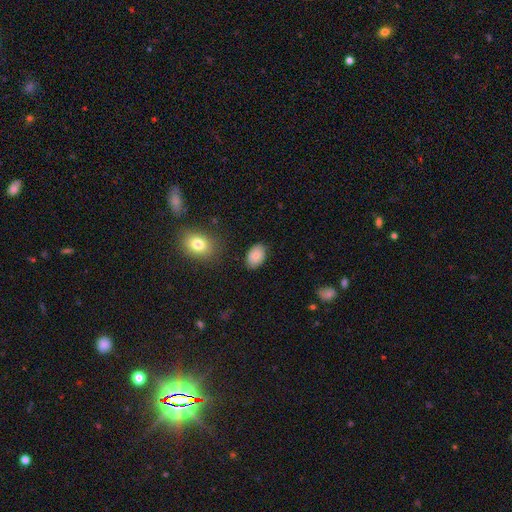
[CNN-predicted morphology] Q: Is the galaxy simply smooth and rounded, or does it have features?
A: smooth — 85%.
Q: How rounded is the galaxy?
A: in between — 88%.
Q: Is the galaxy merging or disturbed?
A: none — 83%.